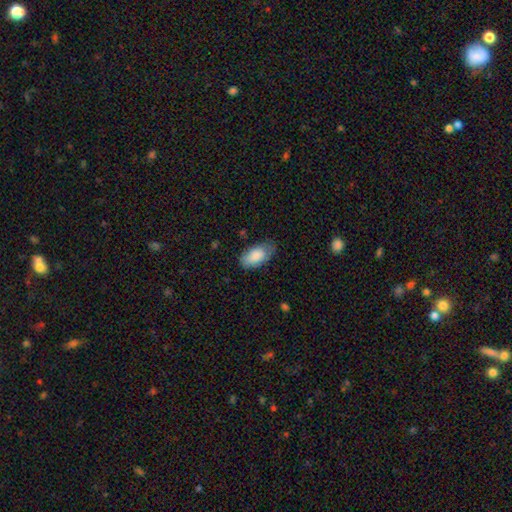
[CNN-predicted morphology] type=smooth (84%); roundness=in between (94%); merging=none (67%).